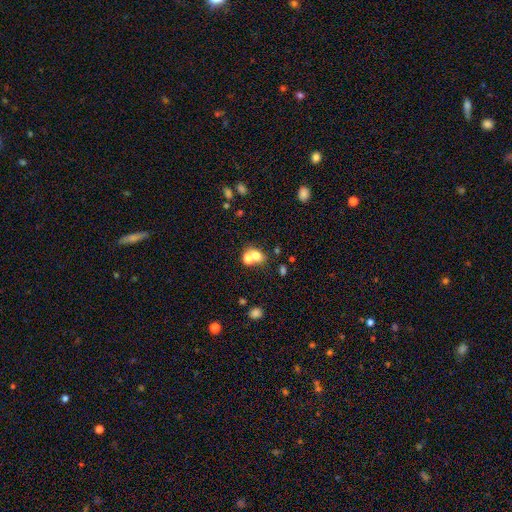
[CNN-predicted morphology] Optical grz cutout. It shows a smooth galaxy with no disk features (67%) that is round (59%). Merging: merger (52%).